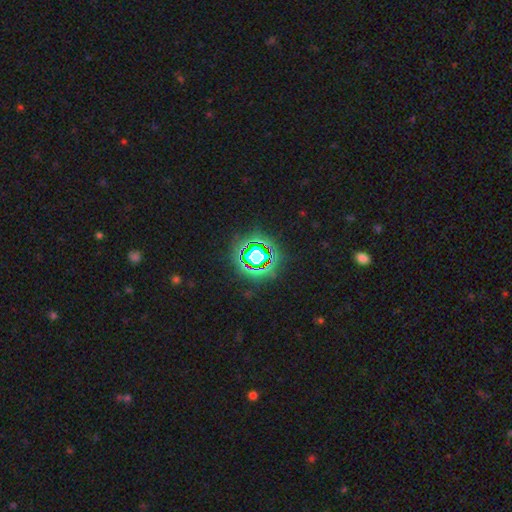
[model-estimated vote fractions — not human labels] Smooth or featured?
  - star or artifact: 70% *
  - smooth: 18%
  - featured or disk: 12%